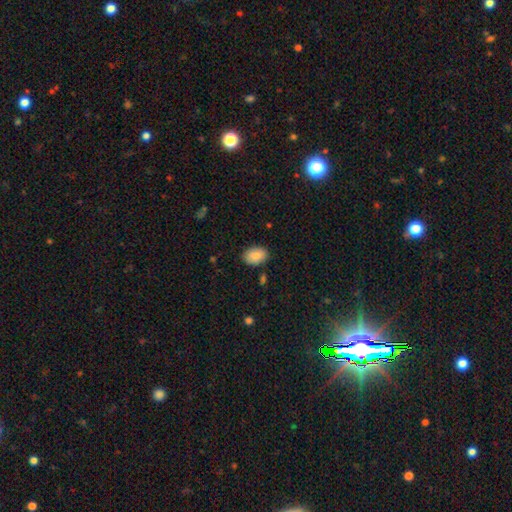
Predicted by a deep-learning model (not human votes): Smooth or featured? smooth (87%)
How rounded? in between (84%)
Merging? none (85%)